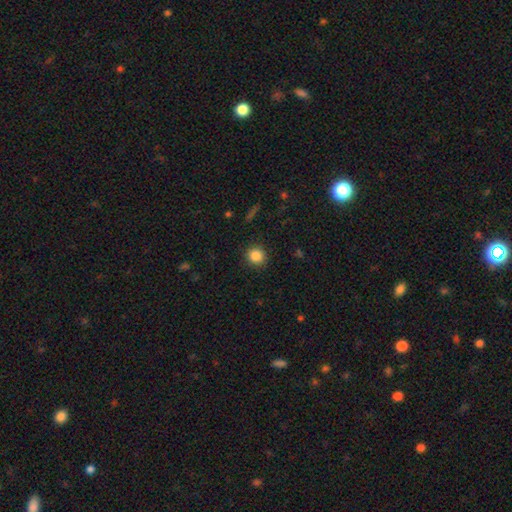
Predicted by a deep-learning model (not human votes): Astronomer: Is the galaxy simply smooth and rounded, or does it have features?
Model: smooth — 86%.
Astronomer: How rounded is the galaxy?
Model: round — 92%.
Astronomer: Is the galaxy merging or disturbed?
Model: none — 90%.